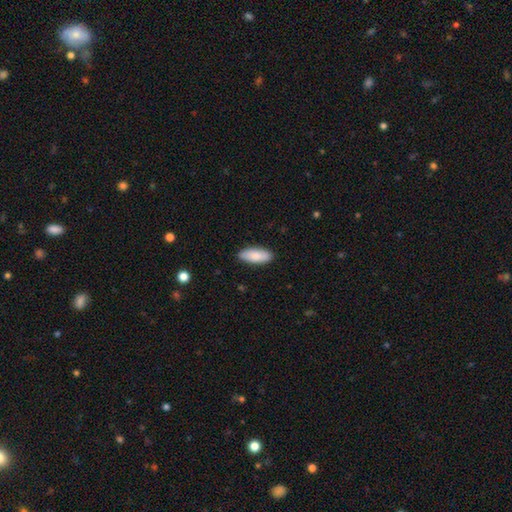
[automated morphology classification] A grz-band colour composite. It shows a smooth galaxy with no disk features (86%) that is in between round and cigar-shaped (78%). Merging: none (89%).